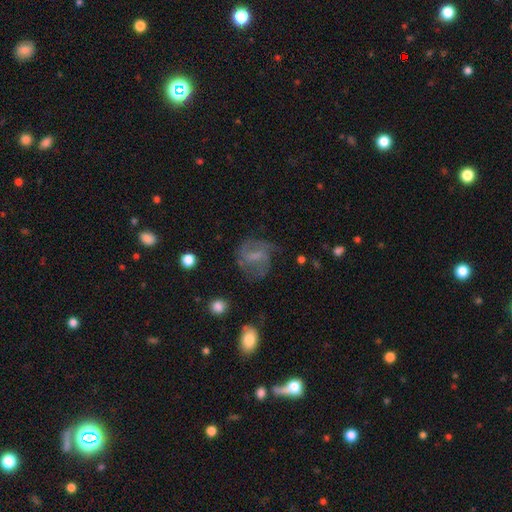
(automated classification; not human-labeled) smooth_or_featured: featured or disk (p=0.52) [alt: smooth p=0.37]
disk_edge_on: no (p=0.97) [alt: yes p=0.03]
bar: weak (p=0.48) [alt: no p=0.38]
has_spiral_arms: yes (p=0.66) [alt: no p=0.34]
bulge_size: small (p=0.36) [alt: none p=0.33]
merging: none (p=0.50) [alt: major disturbance p=0.25]